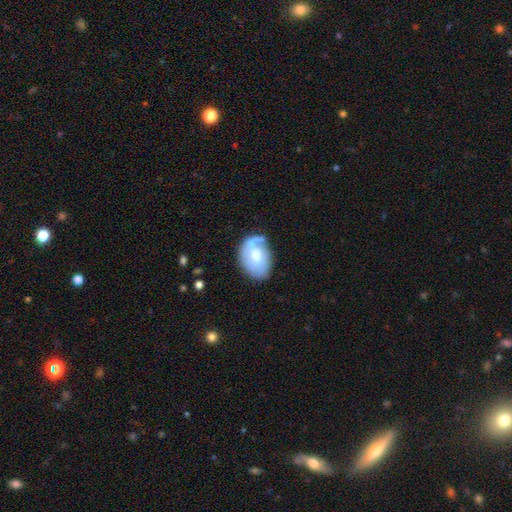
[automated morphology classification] Smooth or featured?
  - smooth: 50% *
  - featured or disk: 43%
  - star or artifact: 7%
How rounded?
  - in between: 79% *
  - round: 20%
  - cigar-shaped: 1%
Merging?
  - none: 42% *
  - minor disturbance: 26%
  - merger: 19%
  - major disturbance: 13%